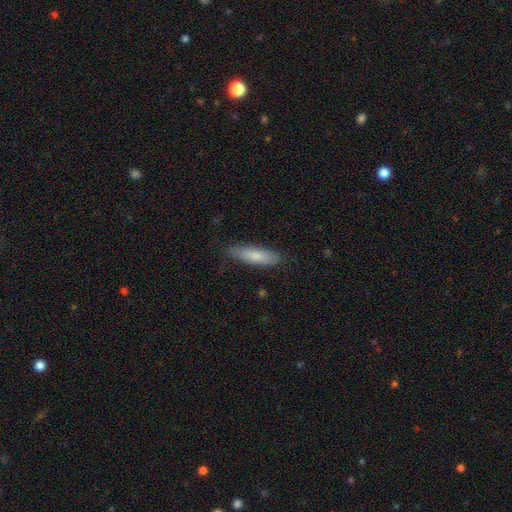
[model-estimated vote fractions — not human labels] Morphology: type=smooth (78%); roundness=cigar-shaped (59%); merging=none (81%).